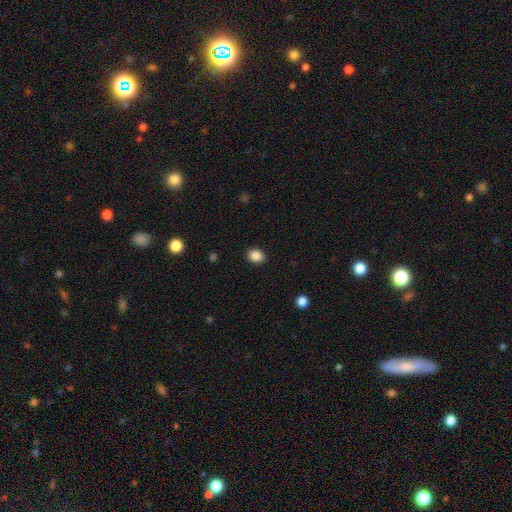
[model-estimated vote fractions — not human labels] Smooth or featured: smooth — 87% (star or artifact — 9%)
How rounded: in between — 51% (round — 48%)
Merging: none — 90% (minor disturbance — 7%)